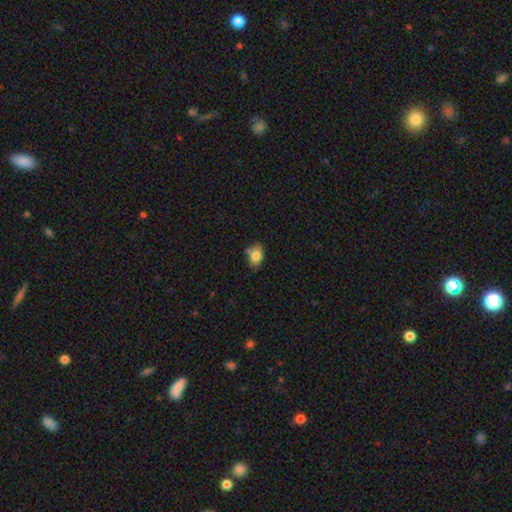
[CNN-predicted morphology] type=smooth (81%); roundness=in between (83%); merging=none (63%).